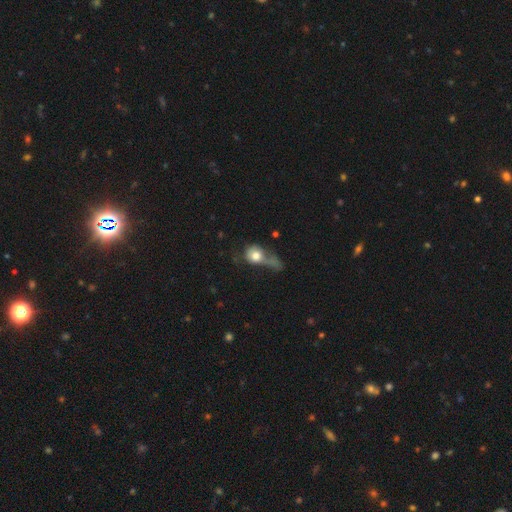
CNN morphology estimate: The model was most divided on "merging": major disturbance: 42%, merger: 23%, none: 21%, minor disturbance: 15%. More confident: smooth or featured — smooth (72%); how rounded — round (65%).